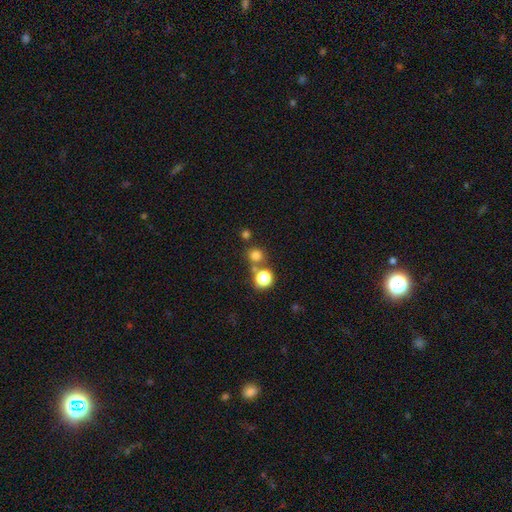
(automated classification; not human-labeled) This appears to be a smooth galaxy with no disk features (74%) that is round (90%). Merging: none (71%).